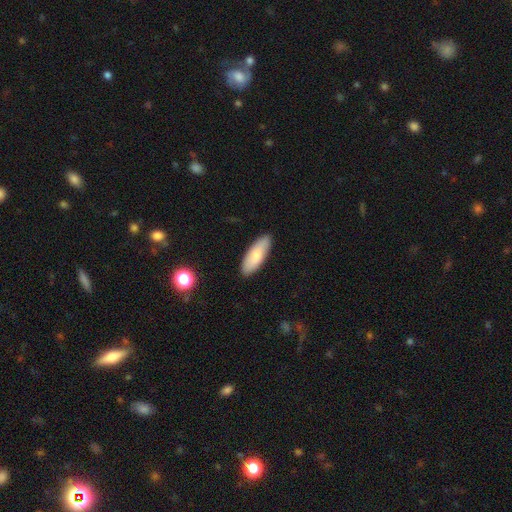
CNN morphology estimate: smooth_or_featured: smooth (p=0.76) [alt: featured or disk p=0.18]
how_rounded: in between (p=0.67) [alt: cigar-shaped p=0.31]
merging: none (p=0.88) [alt: minor disturbance p=0.09]